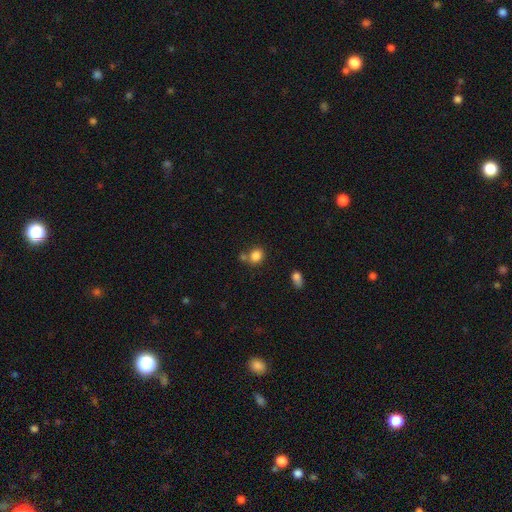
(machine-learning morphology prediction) smooth 83%, star or artifact 11%, featured or disk 6%. Down the decision tree: how rounded — round (64%); merging — none (59%).